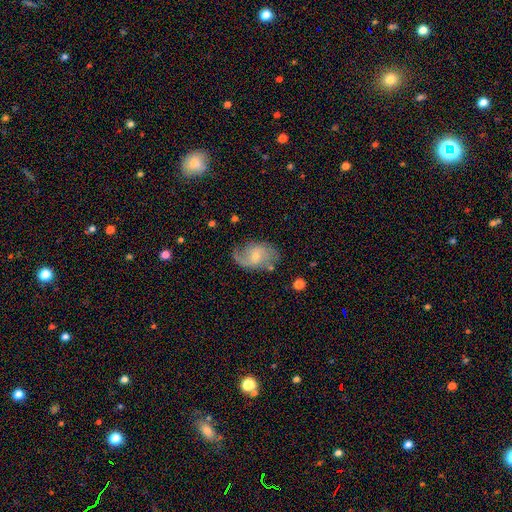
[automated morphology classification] Q: Smooth or featured?
A: featured or disk (73%); runner-up: smooth (21%)
Q: Edge-on disk?
A: no (97%); runner-up: yes (3%)
Q: Bar?
A: weak (49%); runner-up: no (43%)
Q: Spiral arms?
A: yes (91%); runner-up: no (9%)
Q: Spiral winding?
A: loose (48%); runner-up: medium (39%)
Q: Spiral arm count?
A: 2 (68%); runner-up: 1 (13%)
Q: Bulge size?
A: small (61%); runner-up: moderate (31%)
Q: Merging?
A: none (61%); runner-up: minor disturbance (24%)